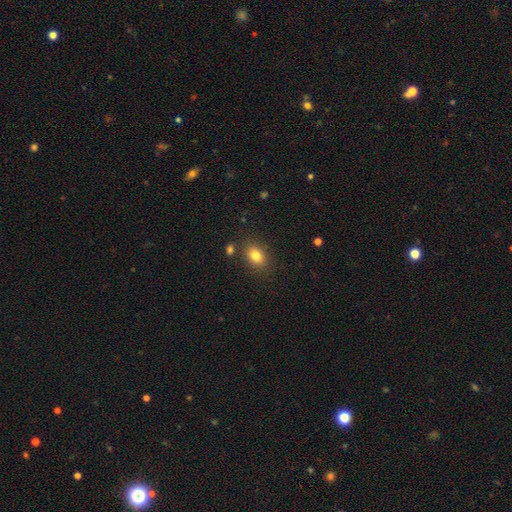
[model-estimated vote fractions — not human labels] smooth 82%, star or artifact 10%, featured or disk 8%. Down the decision tree: how rounded — in between (73%); merging — none (82%).